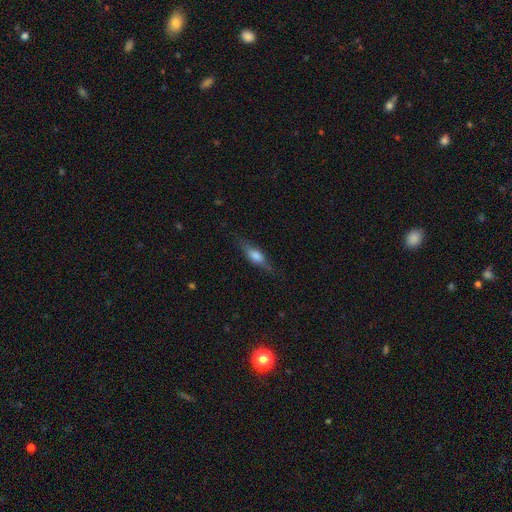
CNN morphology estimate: smooth 56%, featured or disk 36%, star or artifact 7%. Down the decision tree: how rounded — in between (50%); merging — none (76%).